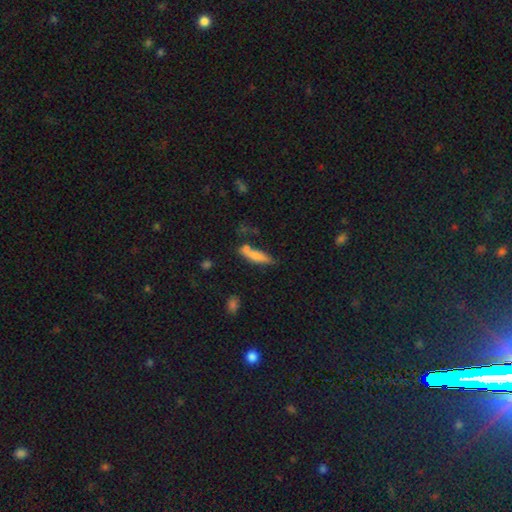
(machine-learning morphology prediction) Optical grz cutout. It shows a smooth galaxy with no disk features (75%) that is cigar-shaped (65%). Merging: none (50%).